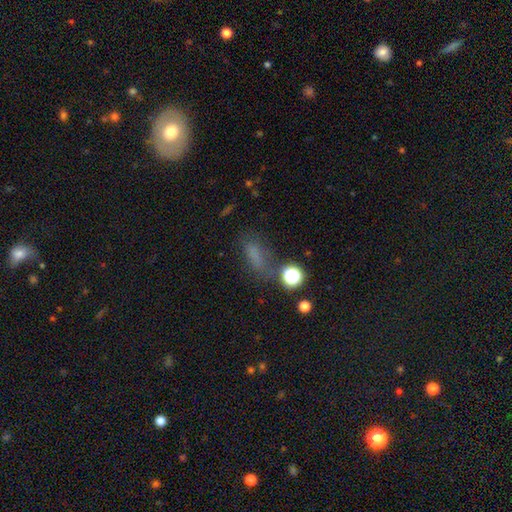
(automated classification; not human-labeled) smooth_or_featured: smooth (p=0.61) [alt: star or artifact p=0.25]
how_rounded: in between (p=0.56) [alt: cigar-shaped p=0.30]
merging: none (p=0.53) [alt: minor disturbance p=0.22]